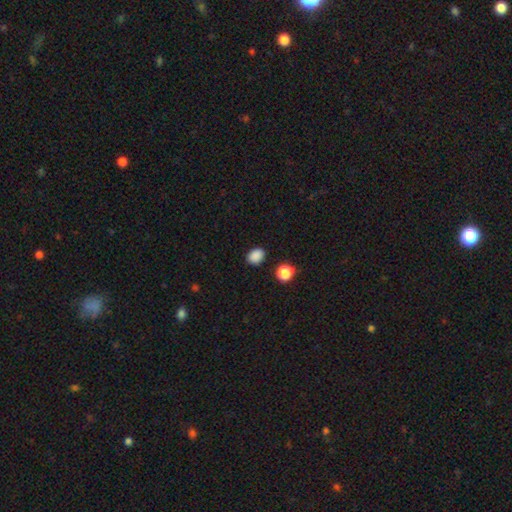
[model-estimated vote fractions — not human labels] Smooth or featured: smooth — 86% (star or artifact — 11%)
How rounded: in between — 60% (round — 39%)
Merging: none — 86% (minor disturbance — 10%)